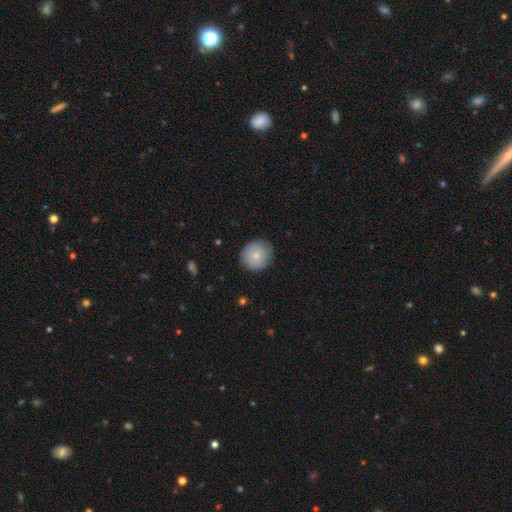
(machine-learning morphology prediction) smooth_or_featured: smooth (p=0.79) [alt: featured or disk p=0.15]
how_rounded: round (p=0.91) [alt: in between p=0.08]
merging: none (p=0.84) [alt: minor disturbance p=0.12]